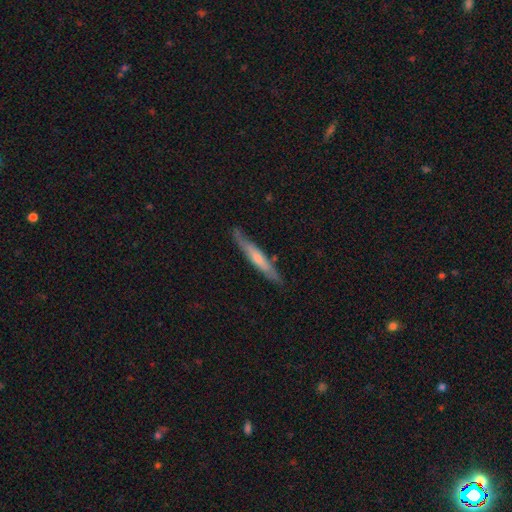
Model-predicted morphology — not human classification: A featured or disk galaxy (51%) viewed edge-on (89%).

Vote fractions:
- Smooth or featured? featured or disk: 51% / smooth: 44% / star or artifact: 5%
- Edge-on disk? yes: 89% / no: 11%
- Merging? none: 81% / minor disturbance: 14% / major disturbance: 2% / merger: 2%